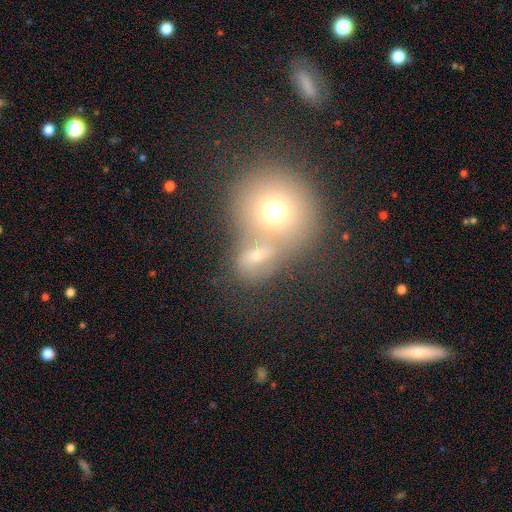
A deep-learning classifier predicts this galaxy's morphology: This appears to be a smooth galaxy with no disk features (63%) that is round (70%). Merging: merger (59%).